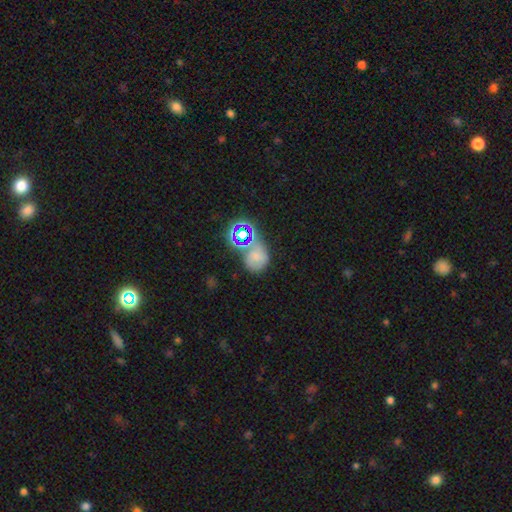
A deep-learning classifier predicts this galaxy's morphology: Smooth or featured? Predicted: smooth (p=0.38). Merging? Predicted: none (p=0.37).